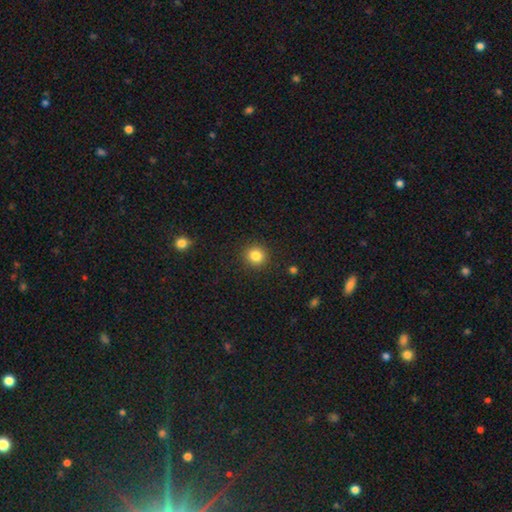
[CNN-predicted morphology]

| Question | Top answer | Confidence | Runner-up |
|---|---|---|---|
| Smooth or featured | smooth | 84% | star or artifact (11%) |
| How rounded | round | 92% | in between (7%) |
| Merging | none | 91% | minor disturbance (5%) |